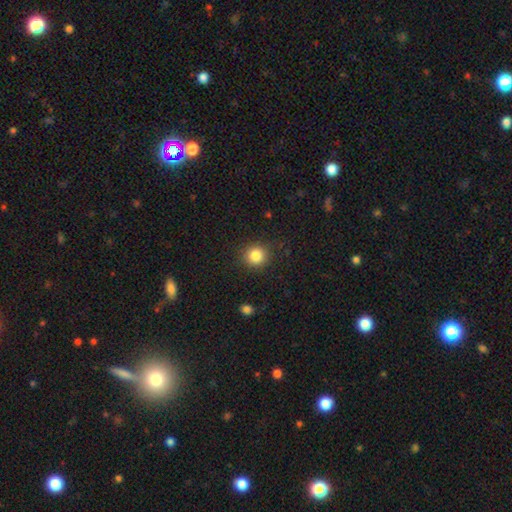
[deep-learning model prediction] A smooth galaxy with no disk features (85%) that is round (89%). Merging: none (88%).